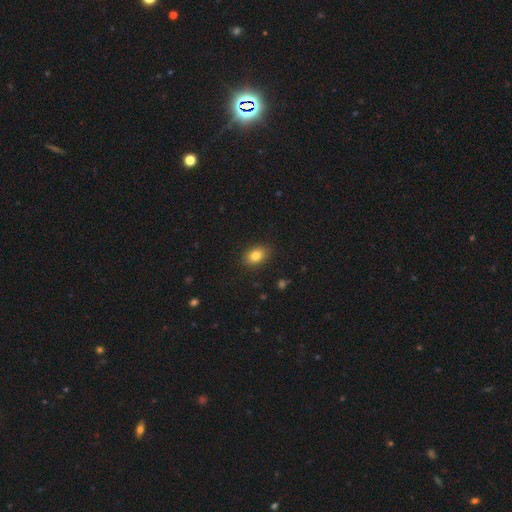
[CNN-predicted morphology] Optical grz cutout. It shows a smooth galaxy with no disk features (83%) that is in between round and cigar-shaped (73%). Merging: none (88%).